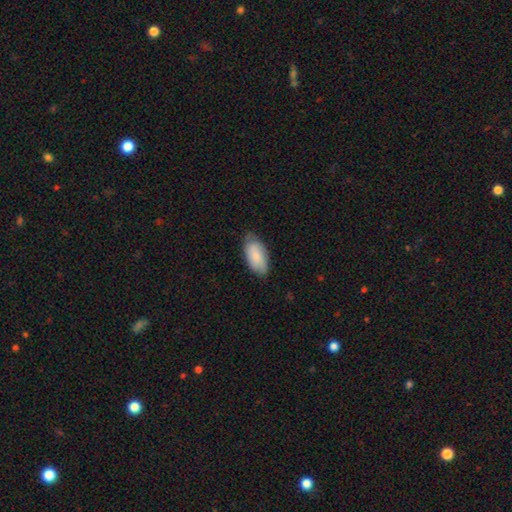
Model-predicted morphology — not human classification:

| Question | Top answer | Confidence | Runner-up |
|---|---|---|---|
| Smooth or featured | smooth | 80% | featured or disk (14%) |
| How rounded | in between | 93% | cigar-shaped (5%) |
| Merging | none | 69% | minor disturbance (26%) |